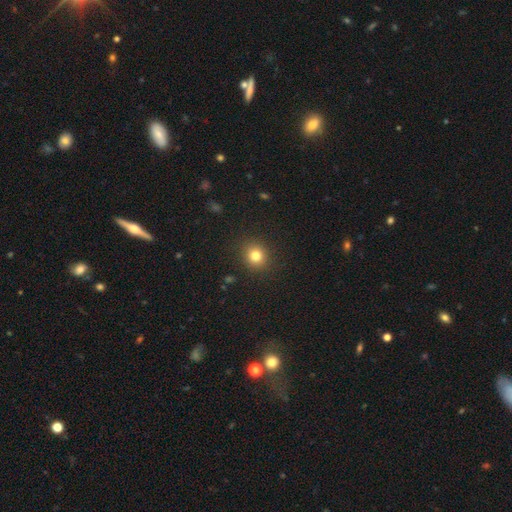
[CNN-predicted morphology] The model was most divided on "how rounded": round: 81%, in between: 18%, cigar-shaped: 1%. More confident: merging — none (90%); smooth or featured — smooth (80%).